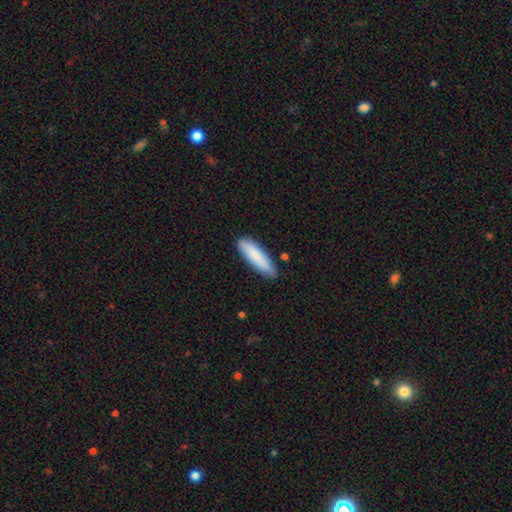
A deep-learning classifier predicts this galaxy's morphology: A smooth galaxy with no disk features (85%) that is cigar-shaped (68%). Merging: none (84%).